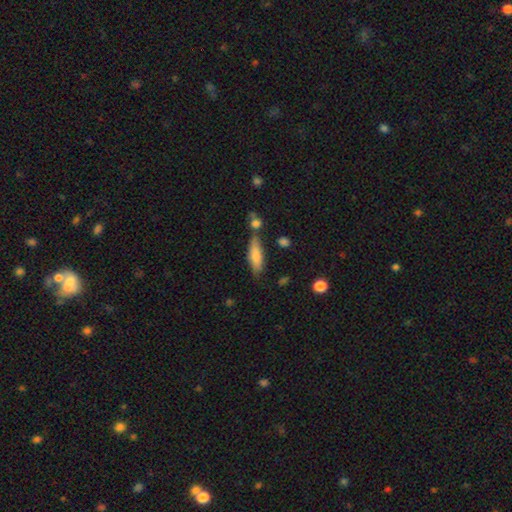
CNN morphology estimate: Overall: smooth (74%). How rounded: cigar-shaped (51%; in between 46%). Merging: none (65%).